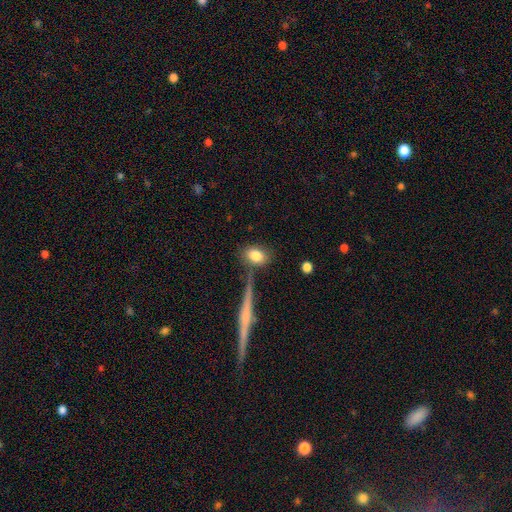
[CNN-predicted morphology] type=smooth (82%); roundness=in between (71%); merging=none (68%).